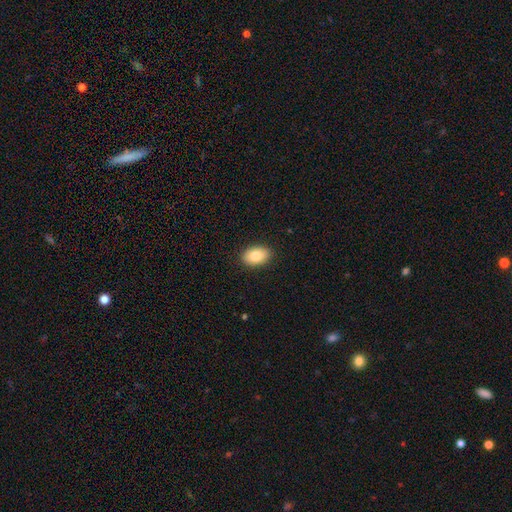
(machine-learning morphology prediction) This appears to be a smooth galaxy with no disk features (84%) that is in between round and cigar-shaped (89%). Merging: none (90%).